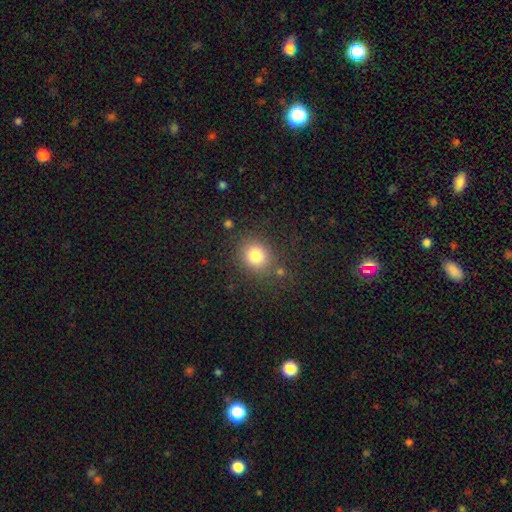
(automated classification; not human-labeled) The model was most divided on "how rounded": round: 73%, in between: 26%, cigar-shaped: 1%. More confident: smooth or featured — smooth (80%); merging — none (79%).